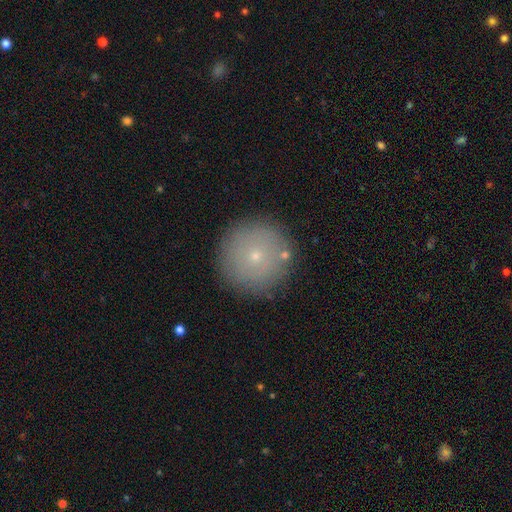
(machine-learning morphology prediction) Smooth or featured?
  - smooth: 68% *
  - featured or disk: 20%
  - star or artifact: 12%
How rounded?
  - round: 96% *
  - in between: 3%
  - cigar-shaped: 1%
Merging?
  - none: 88% *
  - minor disturbance: 7%
  - merger: 2%
  - major disturbance: 2%